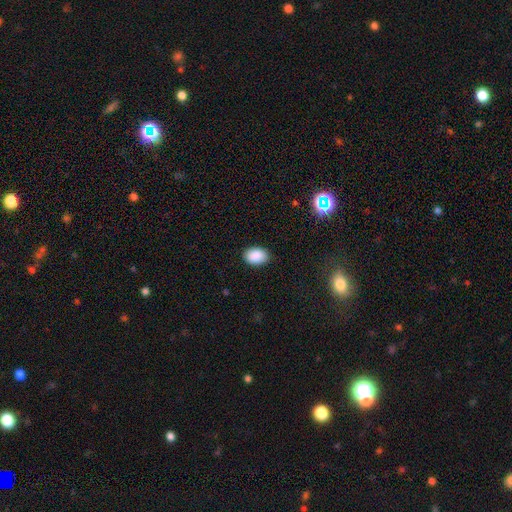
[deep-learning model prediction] A smooth galaxy with no disk features (90%) that is in between round and cigar-shaped (81%).

Vote fractions:
- Smooth or featured? smooth: 90% / star or artifact: 7% / featured or disk: 3%
- How rounded? in between: 81% / round: 18% / cigar-shaped: 1%
- Merging? none: 88% / minor disturbance: 9% / major disturbance: 2% / merger: 1%